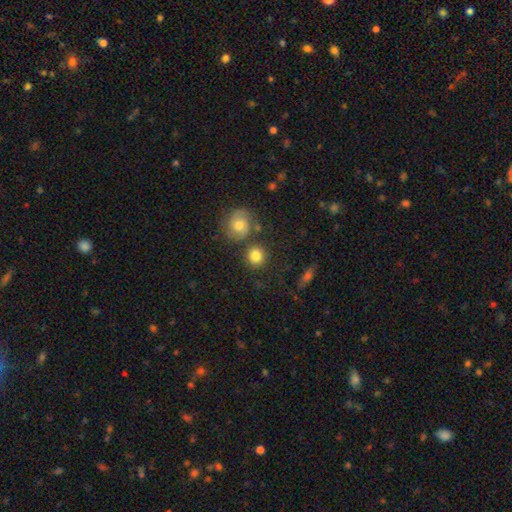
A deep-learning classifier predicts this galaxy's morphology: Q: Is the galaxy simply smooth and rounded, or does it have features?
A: smooth — 79%.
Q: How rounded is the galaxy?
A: round — 88%.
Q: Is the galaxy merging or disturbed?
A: none — 75%.